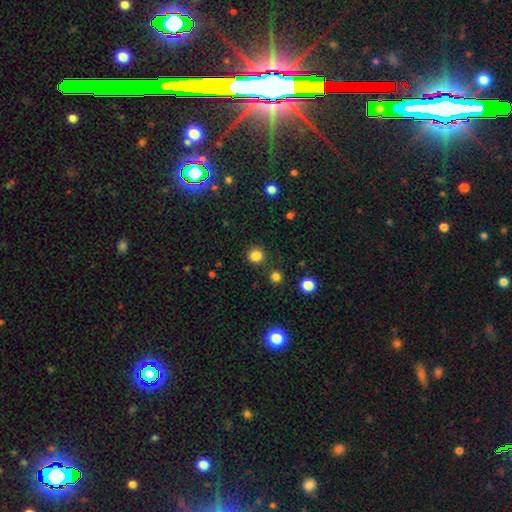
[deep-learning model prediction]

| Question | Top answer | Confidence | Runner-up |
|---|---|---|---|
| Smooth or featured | smooth | 83% | star or artifact (14%) |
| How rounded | round | 88% | in between (12%) |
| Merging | none | 85% | minor disturbance (8%) |